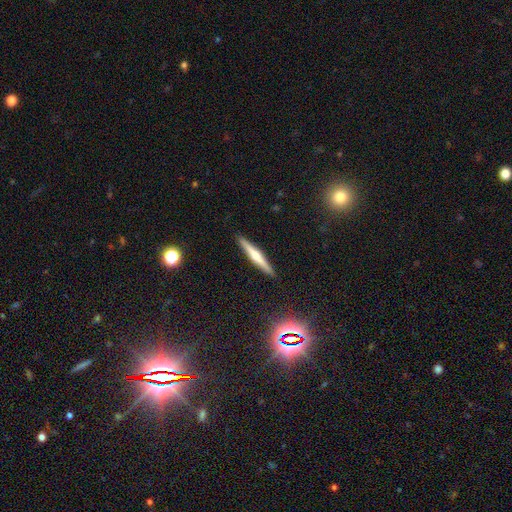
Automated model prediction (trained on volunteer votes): smooth-or-featured: featured or disk: 56% | smooth: 38% | star or artifact: 7%
  disk-edge-on: yes: 97% | no: 3%
    edge-on-bulge: rounded: 73% | none: 18% | boxy: 8%
  merging: none: 91% | minor disturbance: 6% | major disturbance: 1% | merger: 1%